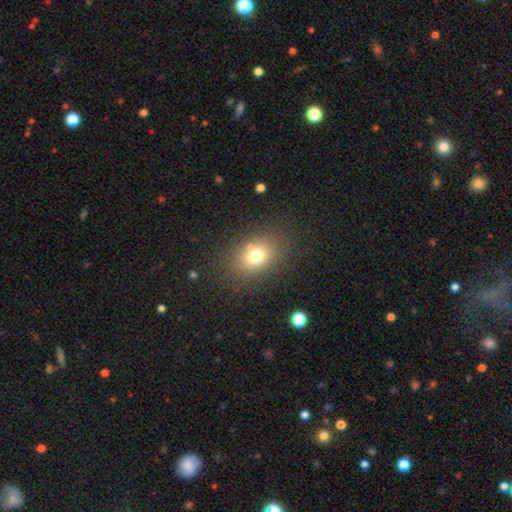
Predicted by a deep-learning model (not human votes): Overall: smooth (72%). How rounded: in between (61%; round 38%). Merging: none (78%).